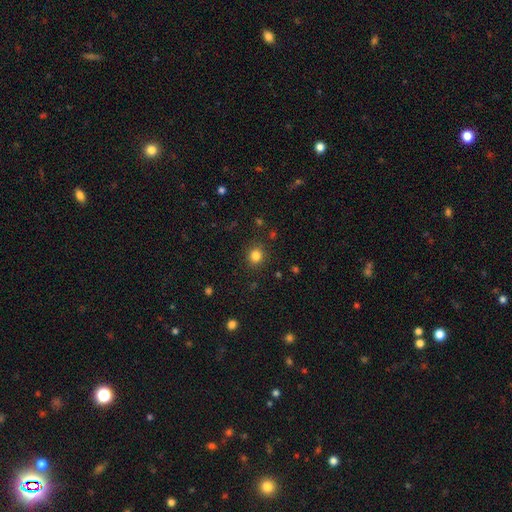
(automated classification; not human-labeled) Smooth or featured? smooth (82%)
How rounded? round (84%)
Merging? none (88%)